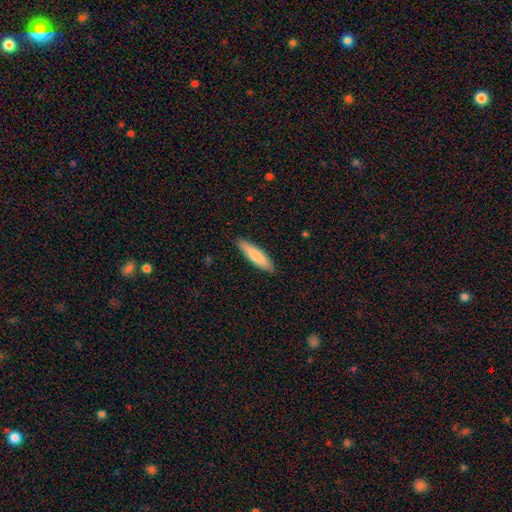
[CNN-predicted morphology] type=smooth (80%); roundness=cigar-shaped (70%); merging=none (88%).